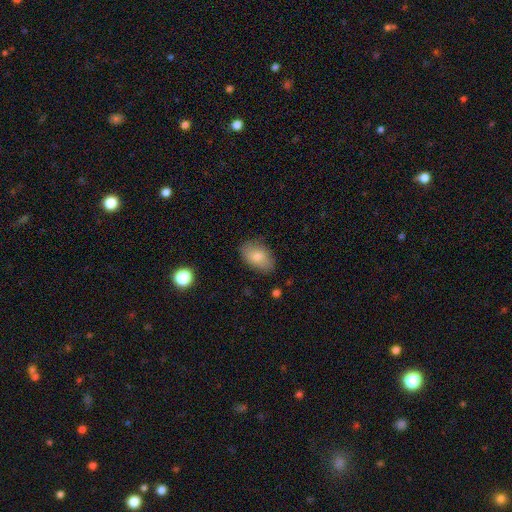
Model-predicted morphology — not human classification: Smooth or featured? Predicted: smooth (p=0.80). How rounded? Predicted: in between (p=0.90). Merging? Predicted: none (p=0.80).